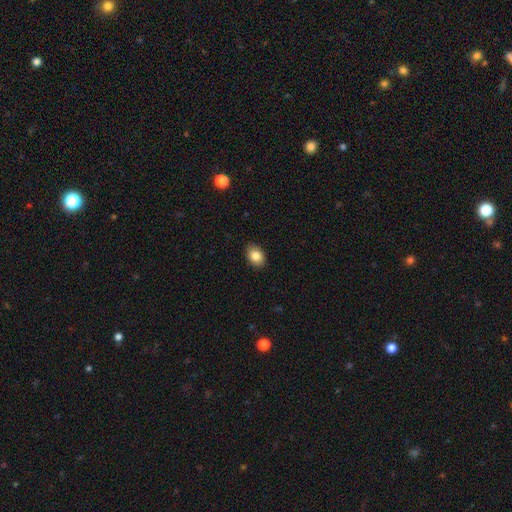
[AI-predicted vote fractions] Overall: smooth (84%). How rounded: in between (77%). Merging: none (89%).